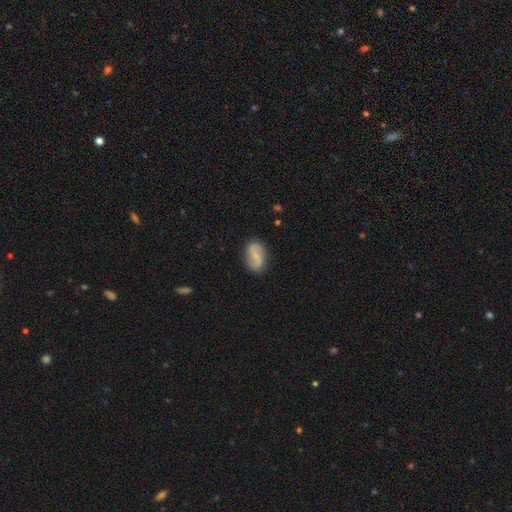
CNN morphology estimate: Smooth or featured? featured or disk (57%)
Edge-on disk? no (97%)
Bar? weak (44%)
Spiral arms? yes (85%)
Bulge size? small (63%)
Merging? none (80%)